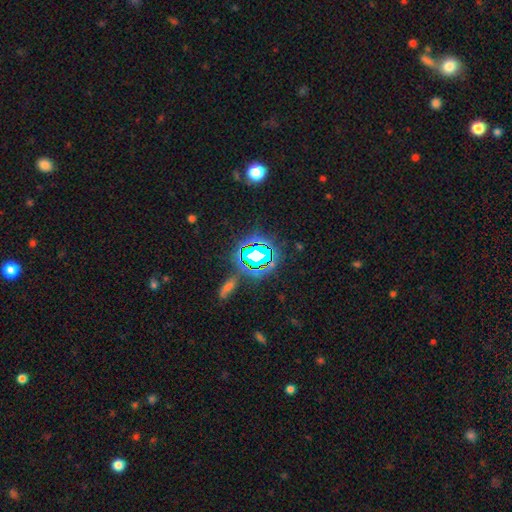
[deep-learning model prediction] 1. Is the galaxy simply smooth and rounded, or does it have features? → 70% star or artifact, 18% smooth, 12% featured or disk.